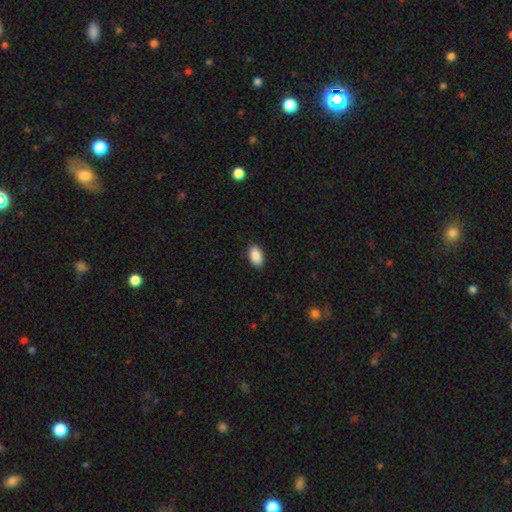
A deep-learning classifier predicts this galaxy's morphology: Smooth or featured? smooth (90%)
How rounded? in between (94%)
Merging? none (89%)